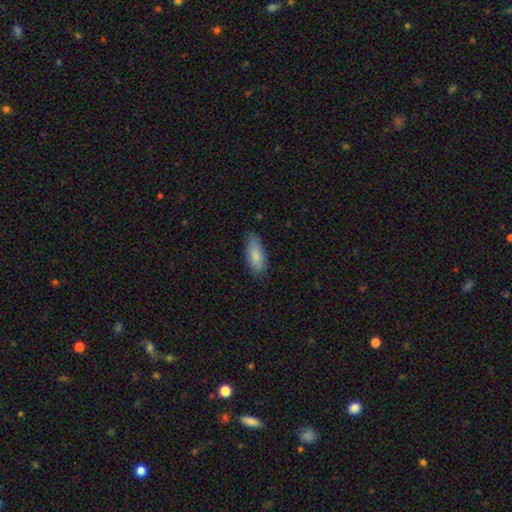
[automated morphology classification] Smooth or featured?
  - smooth: 82% *
  - featured or disk: 12%
  - star or artifact: 6%
How rounded?
  - in between: 81% *
  - cigar-shaped: 17%
  - round: 2%
Merging?
  - none: 81% *
  - minor disturbance: 15%
  - major disturbance: 3%
  - merger: 1%